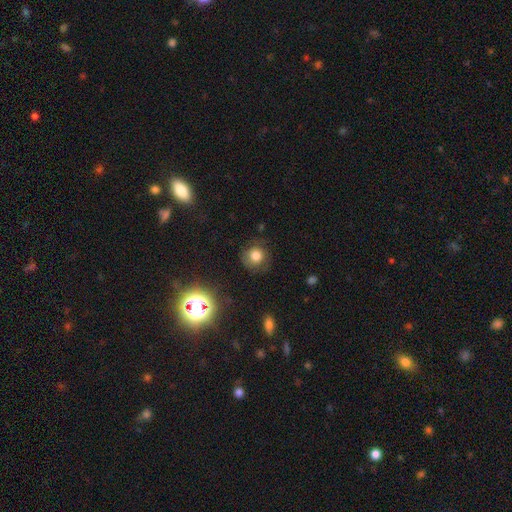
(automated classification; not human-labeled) Smooth or featured? Predicted: smooth (p=0.72). How rounded? Predicted: round (p=0.88). Merging? Predicted: none (p=0.77).